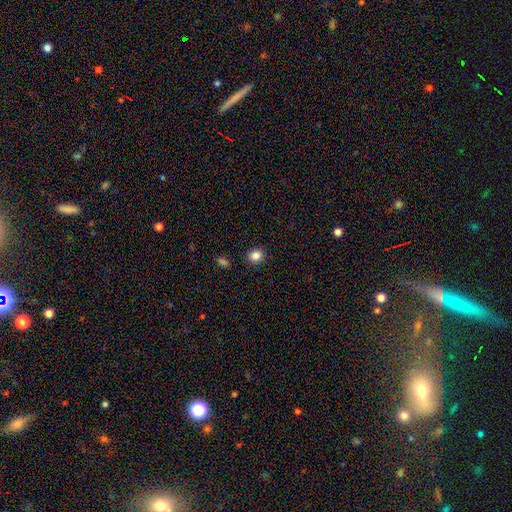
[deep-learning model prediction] This is clearly a smooth galaxy (85%). How rounded: likely round (74%). Merging: clearly none (90%).